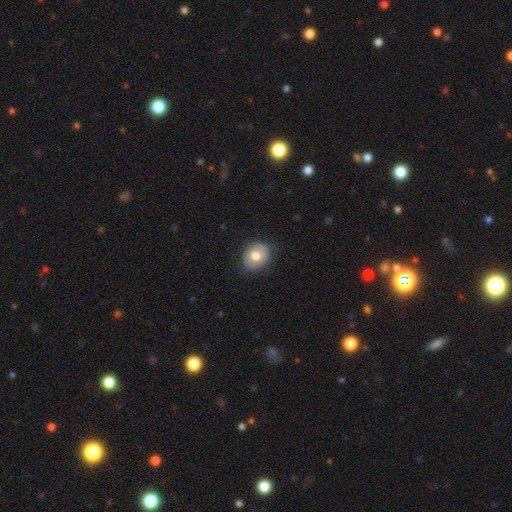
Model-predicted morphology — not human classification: smooth_or_featured: smooth (p=0.68) [alt: featured or disk p=0.25]
how_rounded: round (p=0.57) [alt: in between p=0.42]
merging: none (p=0.79) [alt: minor disturbance p=0.16]